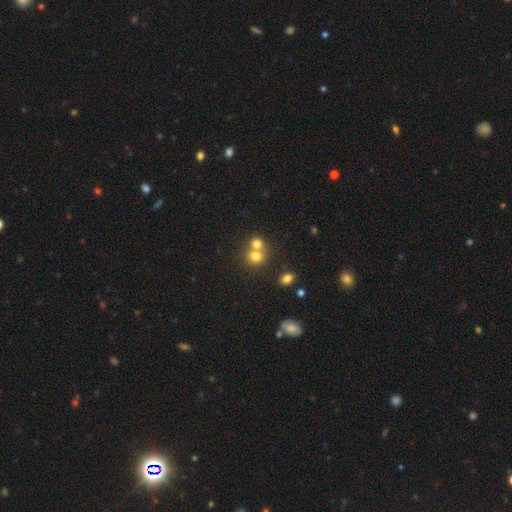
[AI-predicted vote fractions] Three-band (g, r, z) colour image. It shows a smooth galaxy with no disk features (75%) that is round (80%). Merging: merger (55%).